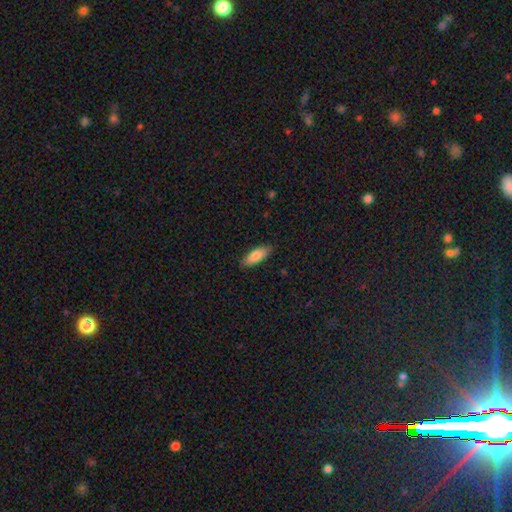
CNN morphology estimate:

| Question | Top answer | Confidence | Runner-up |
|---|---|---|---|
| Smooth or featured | smooth | 84% | featured or disk (10%) |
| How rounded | in between | 71% | cigar-shaped (27%) |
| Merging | none | 86% | minor disturbance (11%) |